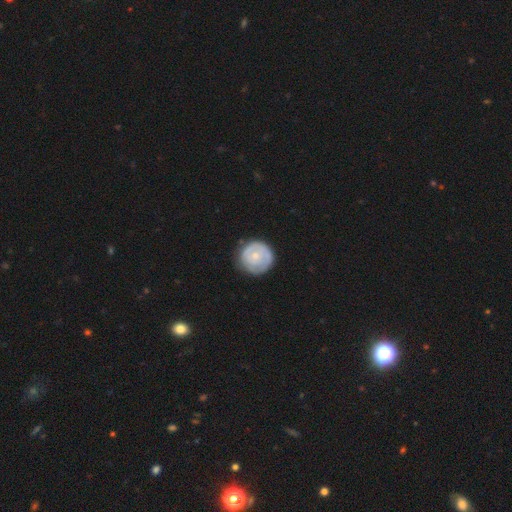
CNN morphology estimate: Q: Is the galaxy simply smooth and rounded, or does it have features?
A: smooth — 51%.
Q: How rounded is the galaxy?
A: round — 93%.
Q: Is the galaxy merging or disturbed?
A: none — 77%.